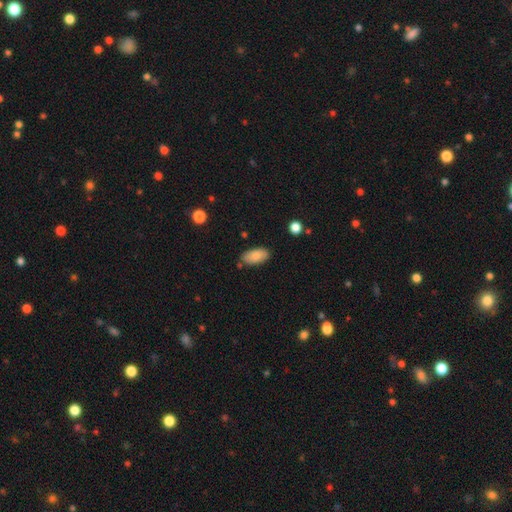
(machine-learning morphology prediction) A smooth galaxy with no disk features (86%) that is in between round and cigar-shaped (92%).

Vote fractions:
- Smooth or featured? smooth: 86% / featured or disk: 8% / star or artifact: 7%
- How rounded? in between: 92% / cigar-shaped: 6% / round: 2%
- Merging? none: 81% / minor disturbance: 13% / merger: 3% / major disturbance: 3%